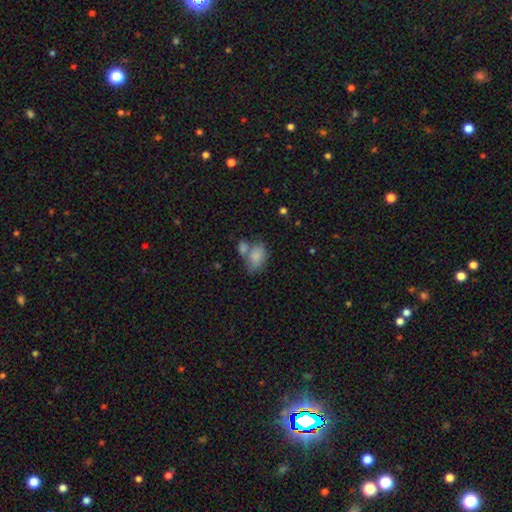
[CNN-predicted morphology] This is clearly a smooth galaxy (83%). How rounded: clearly in between (83%). Merging: marginally merger (43%).